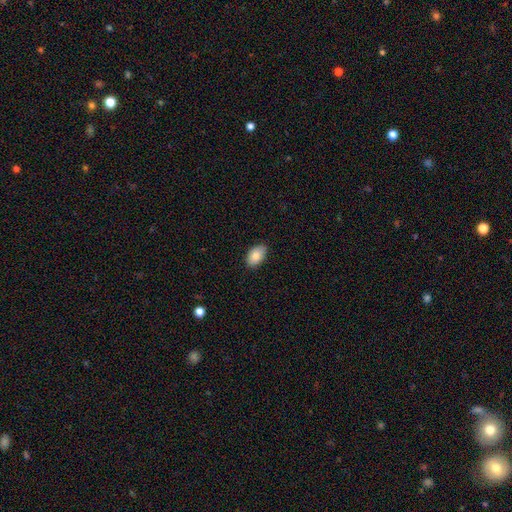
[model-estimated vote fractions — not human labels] Smooth or featured? smooth (85%)
How rounded? in between (92%)
Merging? none (84%)